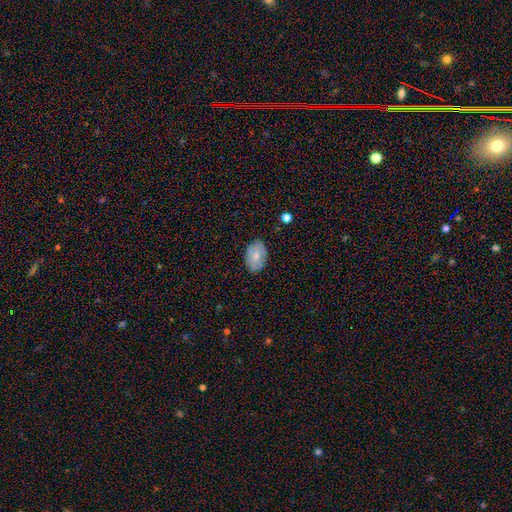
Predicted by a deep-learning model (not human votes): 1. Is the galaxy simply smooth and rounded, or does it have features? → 71% smooth, 22% featured or disk, 7% star or artifact.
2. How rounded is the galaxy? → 85% in between, 13% round, 1% cigar-shaped.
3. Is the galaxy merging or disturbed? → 84% none, 13% minor disturbance, 3% major disturbance, 1% merger.